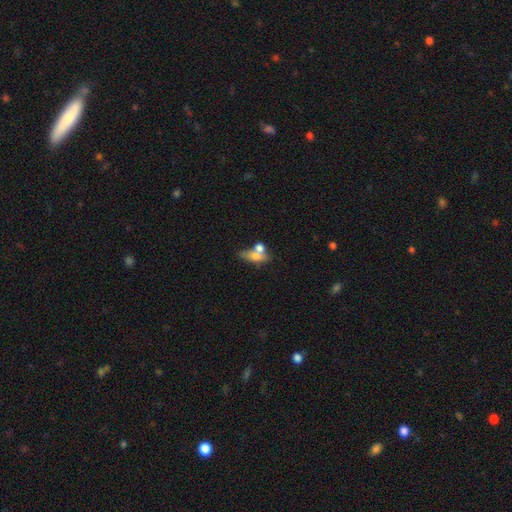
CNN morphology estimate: smooth-or-featured: smooth: 63% | featured or disk: 27% | star or artifact: 10%
  how-rounded: in between: 62% | cigar-shaped: 24% | round: 15%
  merging: merger: 42% | none: 35% | minor disturbance: 13% | major disturbance: 10%